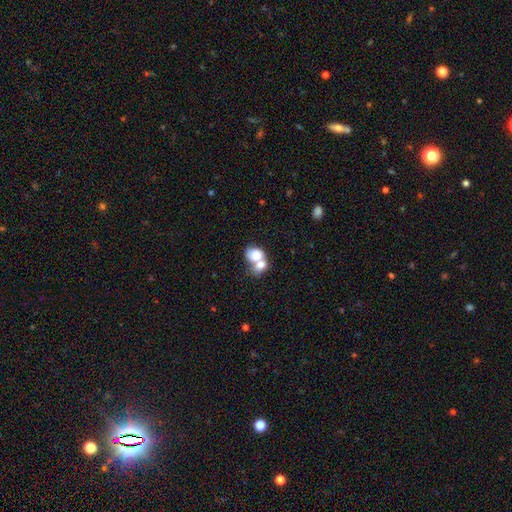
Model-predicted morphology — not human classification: Smooth or featured? smooth (77%)
How rounded? in between (60%)
Merging? merger (71%)